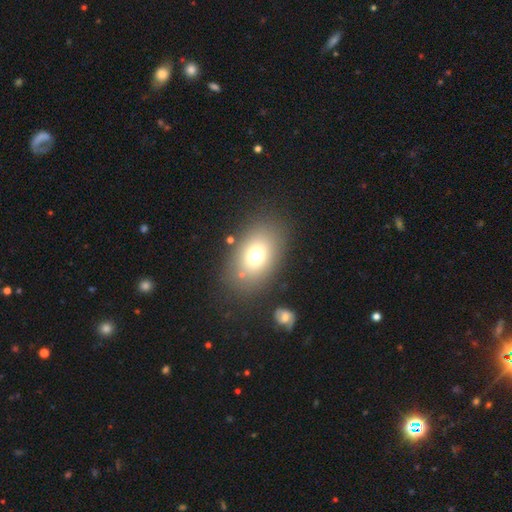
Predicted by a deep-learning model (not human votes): Q: Smooth or featured?
A: smooth (71%); runner-up: featured or disk (15%)
Q: How rounded?
A: in between (76%); runner-up: round (23%)
Q: Merging?
A: none (78%); runner-up: minor disturbance (11%)